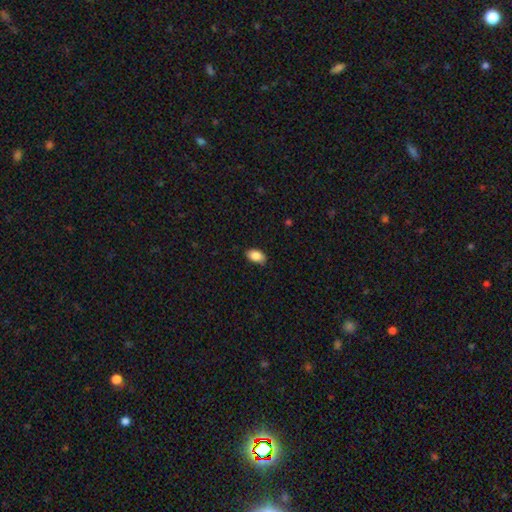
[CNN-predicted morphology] Q: Smooth or featured?
A: smooth (87%); runner-up: star or artifact (7%)
Q: How rounded?
A: in between (91%); runner-up: round (7%)
Q: Merging?
A: none (84%); runner-up: minor disturbance (12%)